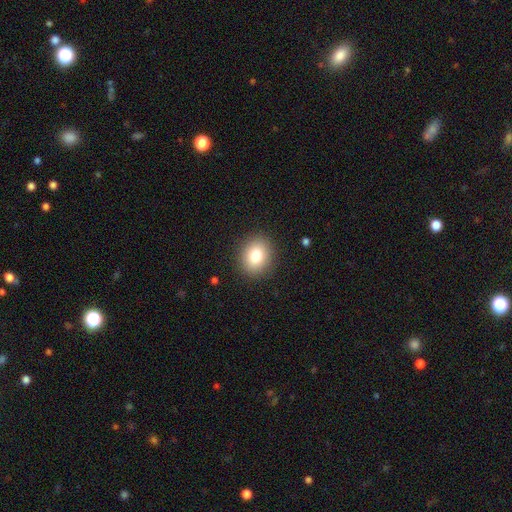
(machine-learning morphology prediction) smooth_or_featured: smooth (p=0.80) [alt: star or artifact p=0.10]
how_rounded: round (p=0.62) [alt: in between p=0.37]
merging: none (p=0.89) [alt: minor disturbance p=0.07]